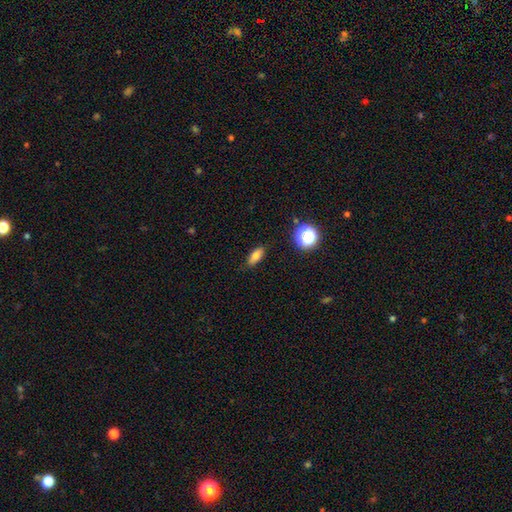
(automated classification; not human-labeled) A smooth galaxy with no disk features (76%) that is in between round and cigar-shaped (76%).

Vote fractions:
- Smooth or featured? smooth: 76% / featured or disk: 13% / star or artifact: 11%
- How rounded? in between: 76% / cigar-shaped: 17% / round: 7%
- Merging? none: 86% / minor disturbance: 11% / major disturbance: 2% / merger: 1%